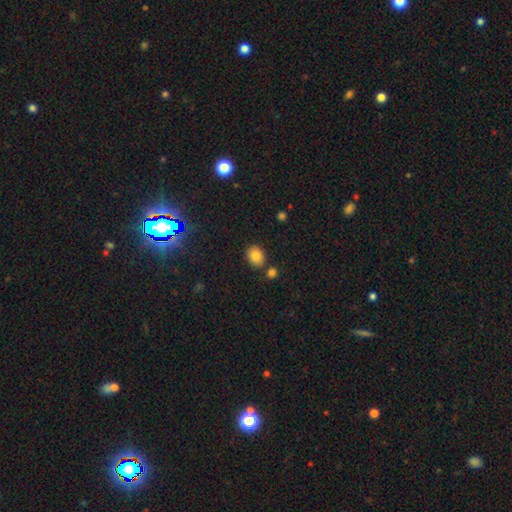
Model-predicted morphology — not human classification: smooth 83%, star or artifact 11%, featured or disk 6%. Down the decision tree: how rounded — in between (58%); merging — none (76%).